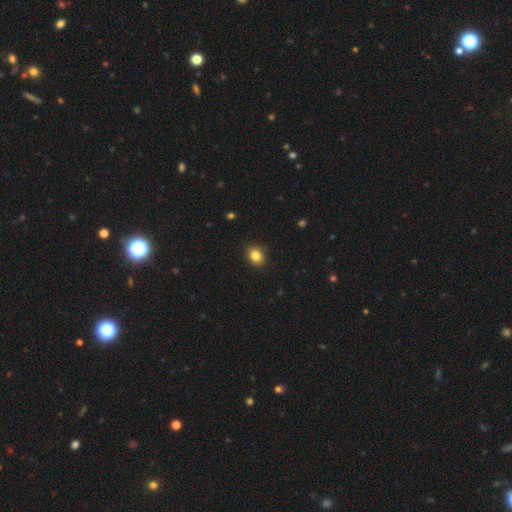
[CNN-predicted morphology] smooth 84%, star or artifact 10%, featured or disk 5%. Down the decision tree: how rounded — round (55%); merging — none (91%).